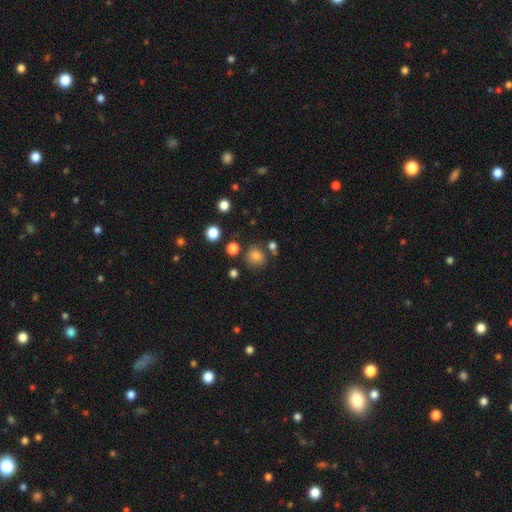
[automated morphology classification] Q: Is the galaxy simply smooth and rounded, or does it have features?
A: smooth — 80%.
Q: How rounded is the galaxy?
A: round — 84%.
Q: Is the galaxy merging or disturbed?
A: none — 77%.